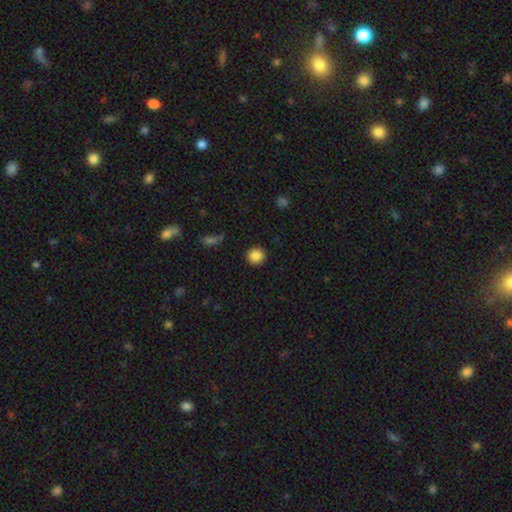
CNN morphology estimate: smooth_or_featured: smooth (p=0.86) [alt: star or artifact p=0.09]
how_rounded: round (p=0.95) [alt: in between p=0.04]
merging: none (p=0.92) [alt: minor disturbance p=0.05]